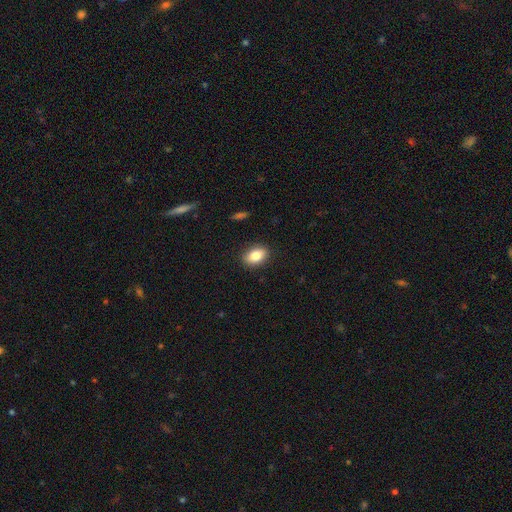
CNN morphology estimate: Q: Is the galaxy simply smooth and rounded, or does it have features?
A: smooth — 83%.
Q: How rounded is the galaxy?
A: in between — 84%.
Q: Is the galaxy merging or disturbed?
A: none — 88%.